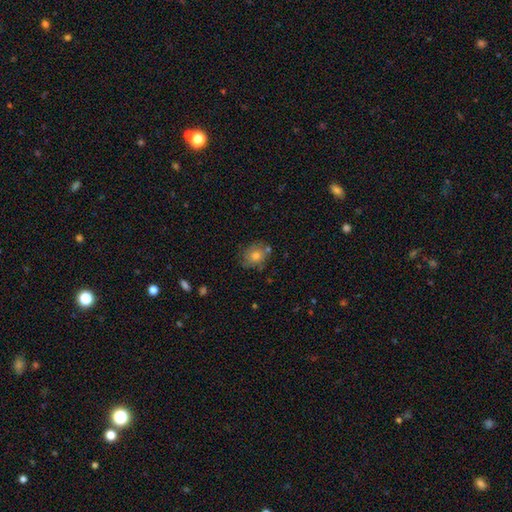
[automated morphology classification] The model was most divided on "how rounded": round: 64%, in between: 34%, cigar-shaped: 1%. More confident: smooth or featured — smooth (69%); merging — none (69%).